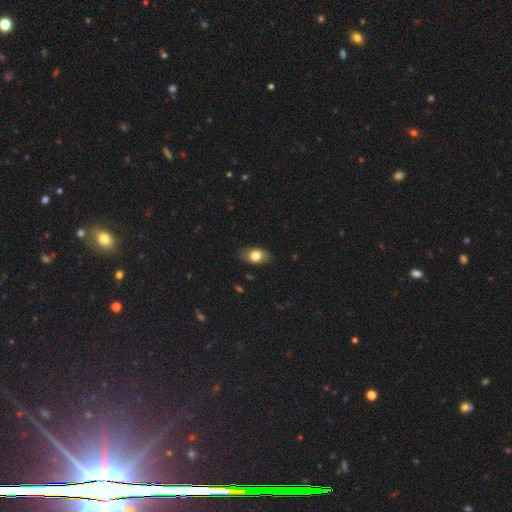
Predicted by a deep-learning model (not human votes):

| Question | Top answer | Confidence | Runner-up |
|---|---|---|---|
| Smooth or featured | smooth | 78% | featured or disk (14%) |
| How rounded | in between | 86% | round (12%) |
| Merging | none | 83% | minor disturbance (13%) |